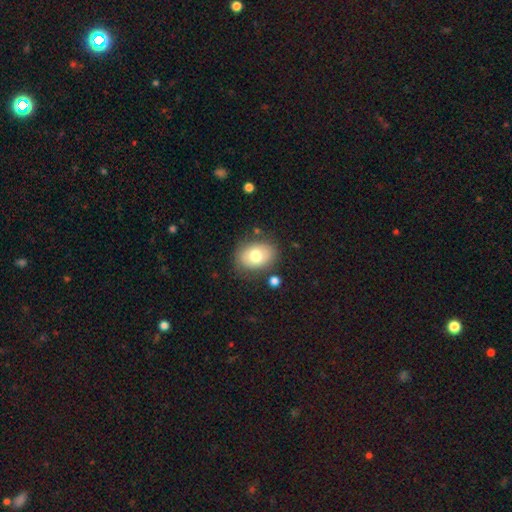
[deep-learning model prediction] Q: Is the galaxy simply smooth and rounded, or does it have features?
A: smooth — 72%.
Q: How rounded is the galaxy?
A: in between — 68%.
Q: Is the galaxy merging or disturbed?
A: none — 78%.